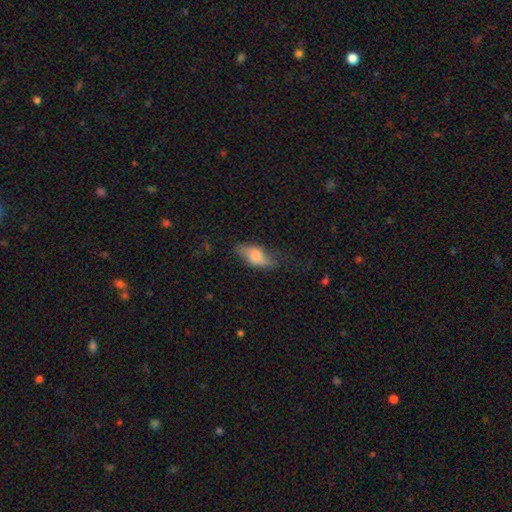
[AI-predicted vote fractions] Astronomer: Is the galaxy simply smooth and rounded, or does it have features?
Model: smooth — 68%.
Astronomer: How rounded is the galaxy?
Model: in between — 85%.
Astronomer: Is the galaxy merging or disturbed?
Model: none — 58%.